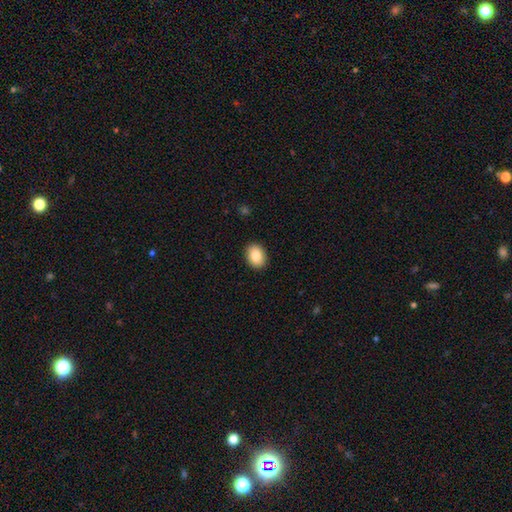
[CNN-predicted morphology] Q: Smooth or featured?
A: smooth (84%); runner-up: featured or disk (8%)
Q: How rounded?
A: in between (66%); runner-up: round (33%)
Q: Merging?
A: none (91%); runner-up: minor disturbance (6%)